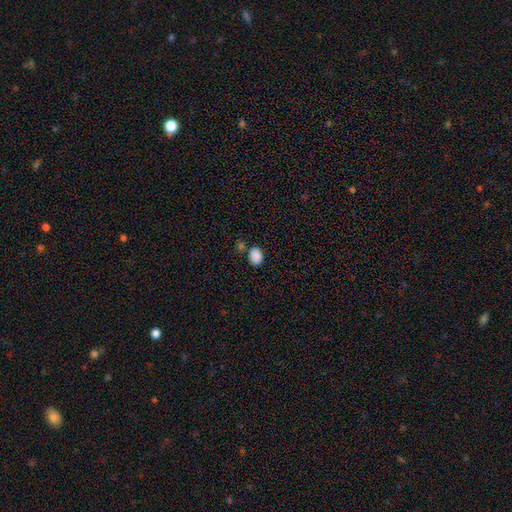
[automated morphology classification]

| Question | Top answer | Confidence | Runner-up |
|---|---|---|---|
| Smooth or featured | smooth | 88% | star or artifact (9%) |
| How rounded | in between | 66% | round (33%) |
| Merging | none | 72% | minor disturbance (13%) |